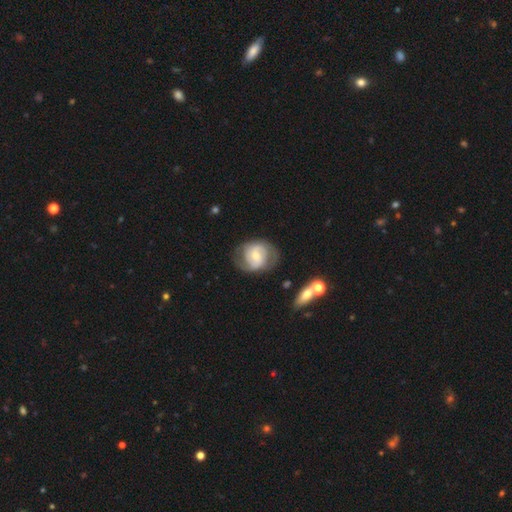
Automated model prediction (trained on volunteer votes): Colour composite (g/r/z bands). It shows a featured or disk galaxy (70%) with no bar (47%), 2 (75%) medium (43%) spiral arms (86%) and a moderate central bulge (48%). Merging: none (70%).